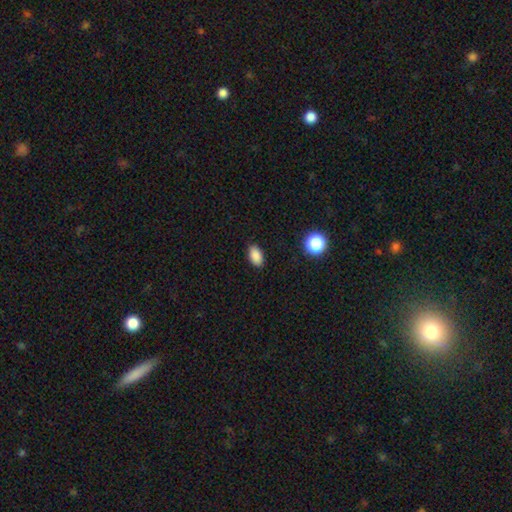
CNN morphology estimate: smooth 87%, star or artifact 10%, featured or disk 4%. Down the decision tree: how rounded — in between (91%); merging — none (87%).